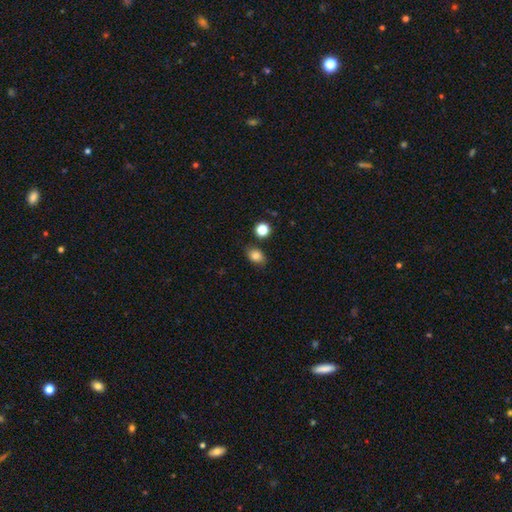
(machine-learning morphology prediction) Q: Smooth or featured?
A: smooth (81%); runner-up: star or artifact (11%)
Q: How rounded?
A: in between (68%); runner-up: round (30%)
Q: Merging?
A: none (79%); runner-up: minor disturbance (14%)